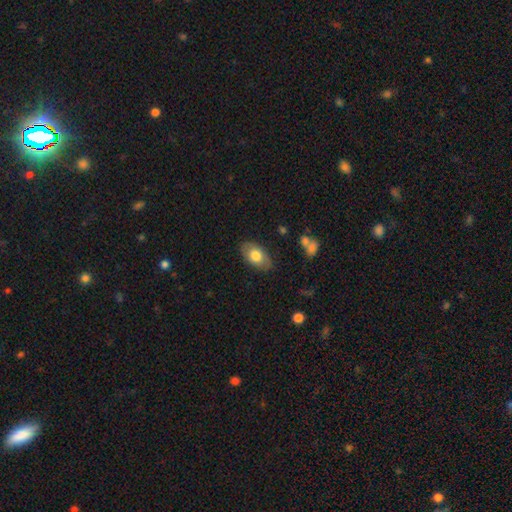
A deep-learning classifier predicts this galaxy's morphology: Smooth or featured? smooth (74%)
How rounded? in between (92%)
Merging? none (80%)